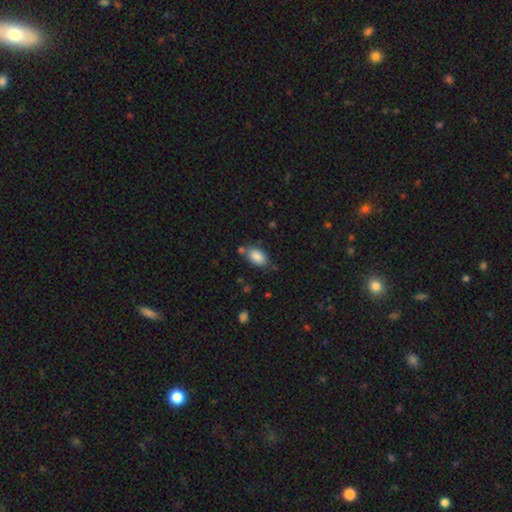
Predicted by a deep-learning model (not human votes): A smooth galaxy with no disk features (87%) that is in between round and cigar-shaped (90%). Merging: none (69%).